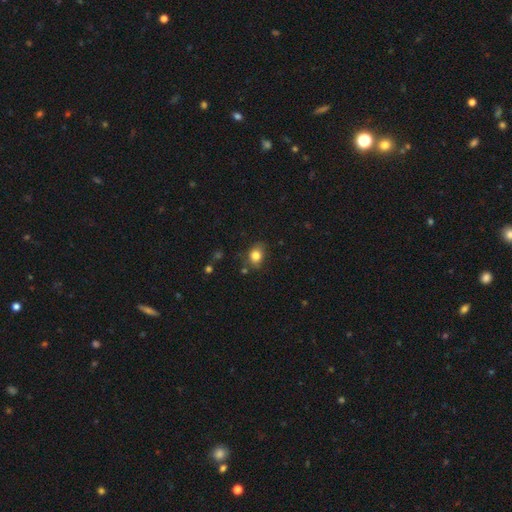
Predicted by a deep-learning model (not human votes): Smooth or featured? Predicted: smooth (p=0.82). How rounded? Predicted: in between (p=0.57). Merging? Predicted: none (p=0.74).